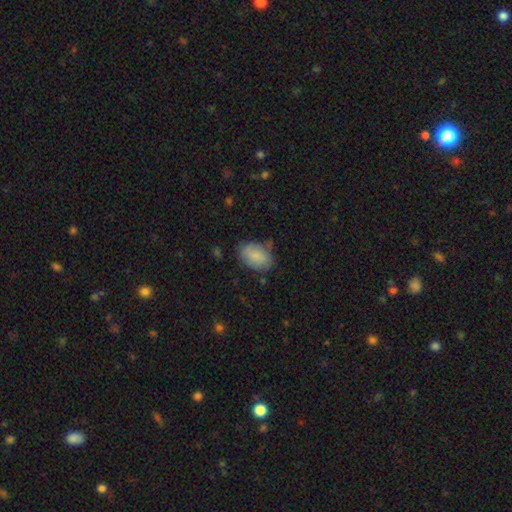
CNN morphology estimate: Smooth or featured? Predicted: smooth (p=0.84). How rounded? Predicted: in between (p=0.88). Merging? Predicted: none (p=0.74).